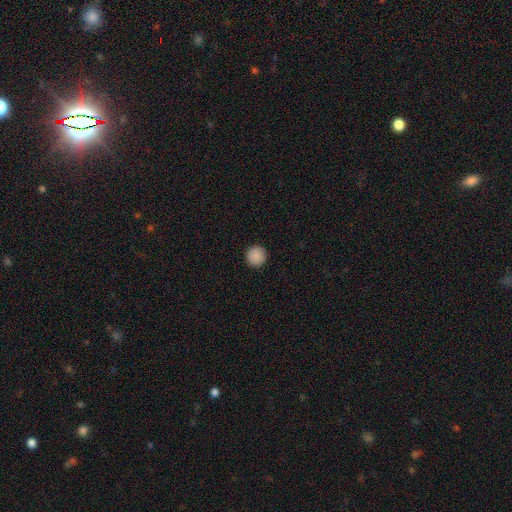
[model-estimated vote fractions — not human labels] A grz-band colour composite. It shows a smooth galaxy with no disk features (89%) that is round (96%). Merging: none (93%).